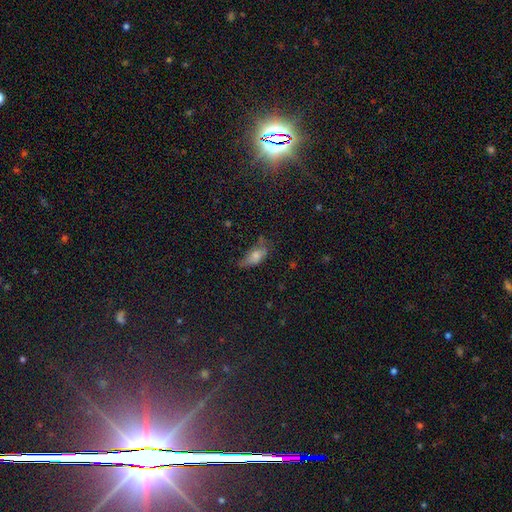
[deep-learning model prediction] Smooth or featured?
  - smooth: 68% *
  - featured or disk: 20%
  - star or artifact: 11%
How rounded?
  - in between: 86% *
  - cigar-shaped: 9%
  - round: 5%
Merging?
  - none: 39% *
  - minor disturbance: 36%
  - major disturbance: 20%
  - merger: 5%